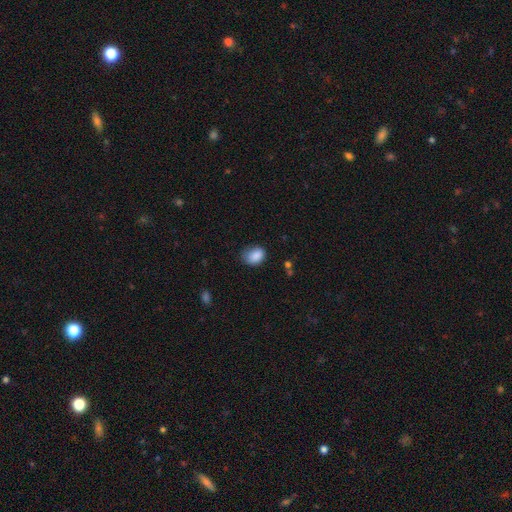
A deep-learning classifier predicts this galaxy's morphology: Smooth or featured?
  - smooth: 87% *
  - star or artifact: 8%
  - featured or disk: 5%
How rounded?
  - in between: 69% *
  - round: 30%
  - cigar-shaped: 1%
Merging?
  - none: 61% *
  - minor disturbance: 30%
  - major disturbance: 7%
  - merger: 2%